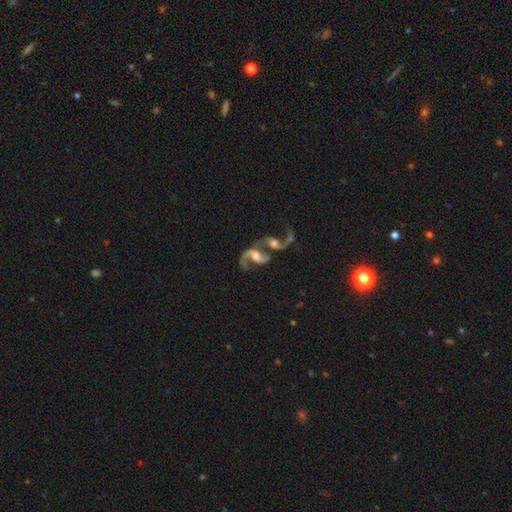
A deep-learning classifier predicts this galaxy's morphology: Overall: featured or disk (83%). Edge-on disk: no (97%). Bar: no (43%; weak 40%). Spiral arms: yes (93%). Spiral arm count: 2 (83%). Spiral winding: loose (66%; medium 28%). Bulge size: moderate (45%; large 23%). Merging: merger (66%).